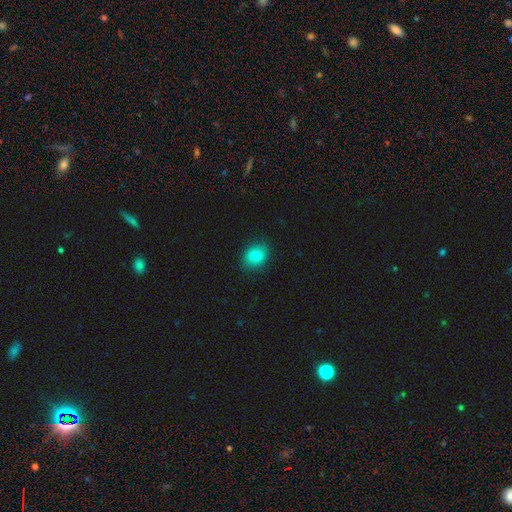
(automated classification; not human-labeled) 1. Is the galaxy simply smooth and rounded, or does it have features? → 86% smooth, 9% star or artifact, 5% featured or disk.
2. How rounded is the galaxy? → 57% in between, 42% round, 1% cigar-shaped.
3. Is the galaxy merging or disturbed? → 84% none, 12% minor disturbance, 3% major disturbance, 1% merger.